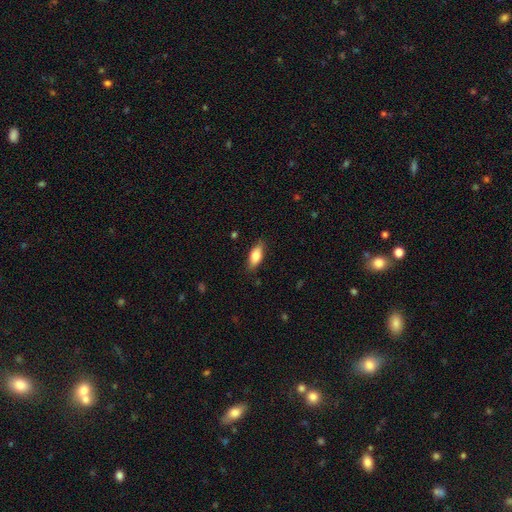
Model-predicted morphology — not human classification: A smooth galaxy with no disk features (79%) that is in between round and cigar-shaped (82%). Merging: none (84%).